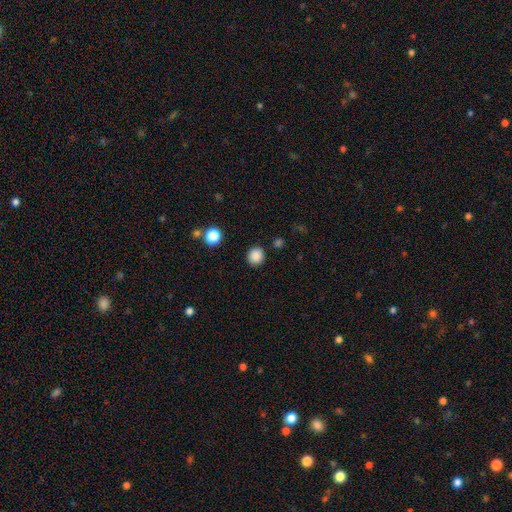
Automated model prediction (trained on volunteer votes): smooth_or_featured: smooth (p=0.86) [alt: star or artifact p=0.11]
how_rounded: round (p=0.88) [alt: in between p=0.11]
merging: none (p=0.89) [alt: minor disturbance p=0.07]